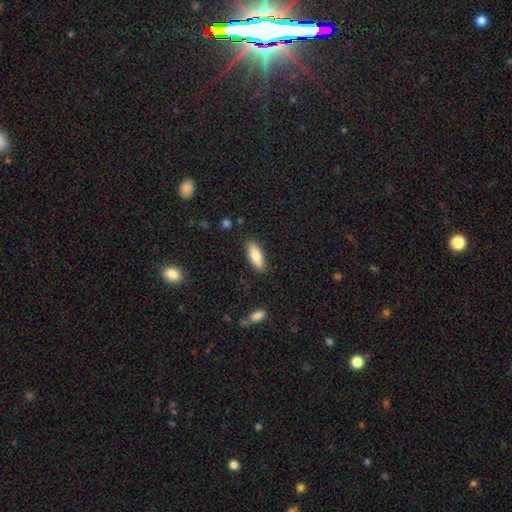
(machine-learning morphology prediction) This is clearly a smooth galaxy (82%). How rounded: likely in between (72%). Merging: clearly none (84%).